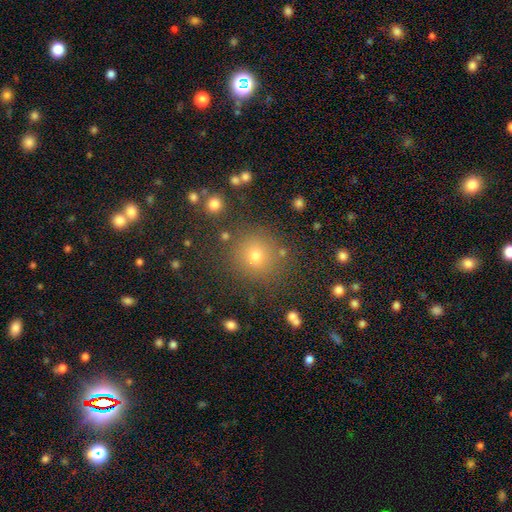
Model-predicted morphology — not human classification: smooth_or_featured: smooth (p=0.62) [alt: star or artifact p=0.30]
how_rounded: round (p=0.92) [alt: in between p=0.07]
merging: none (p=0.87) [alt: minor disturbance p=0.07]